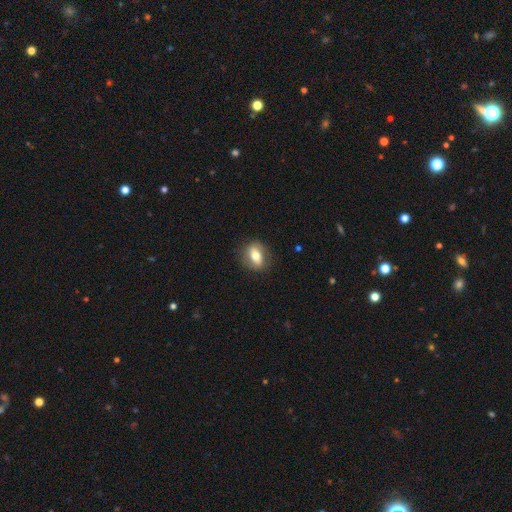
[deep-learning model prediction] The model was most divided on "smooth or featured": smooth: 55%, featured or disk: 38%, star or artifact: 8%. More confident: merging — none (83%); how rounded — in between (63%).